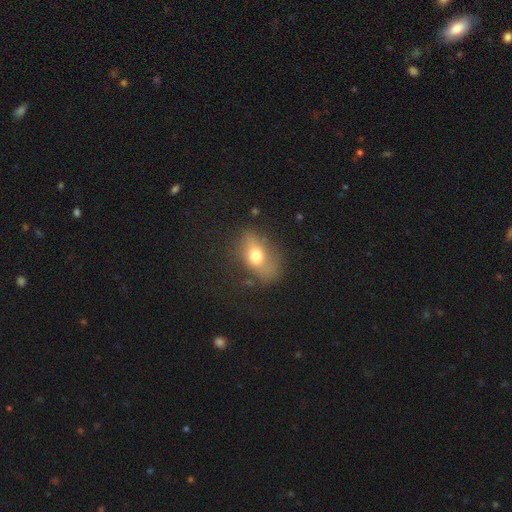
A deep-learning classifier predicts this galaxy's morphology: smooth-or-featured: smooth: 63% | featured or disk: 27% | star or artifact: 10%
  how-rounded: in between: 78% | round: 19% | cigar-shaped: 3%
  merging: none: 62% | minor disturbance: 23% | major disturbance: 12% | merger: 3%